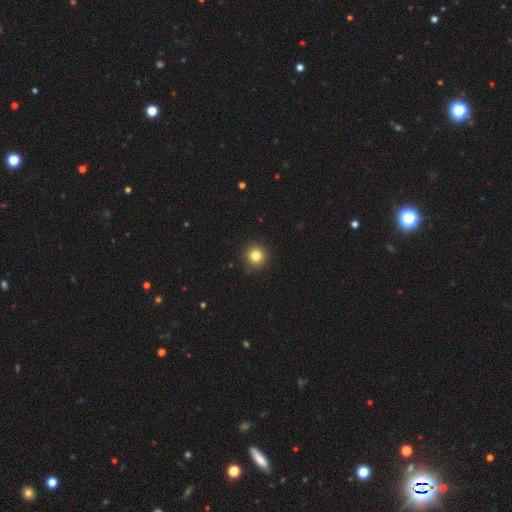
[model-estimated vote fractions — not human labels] Smooth or featured? smooth (82%)
How rounded? round (95%)
Merging? none (91%)